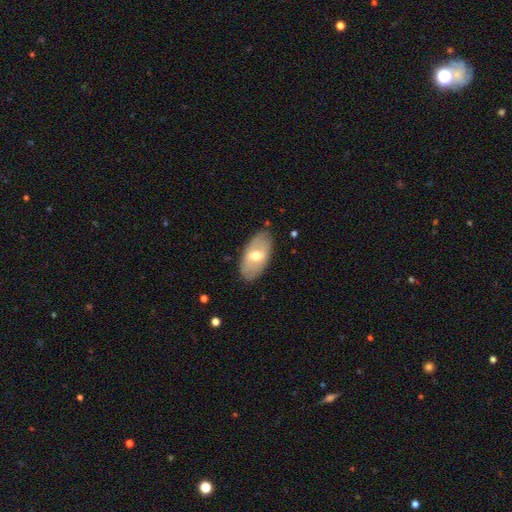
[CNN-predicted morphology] Smooth or featured? Predicted: smooth (p=0.49). Merging? Predicted: none (p=0.83).